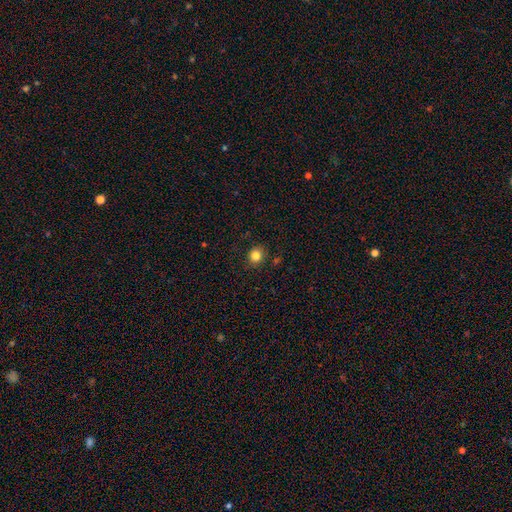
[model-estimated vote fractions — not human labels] Q: Smooth or featured?
A: smooth (82%); runner-up: star or artifact (12%)
Q: How rounded?
A: round (80%); runner-up: in between (19%)
Q: Merging?
A: none (87%); runner-up: minor disturbance (9%)